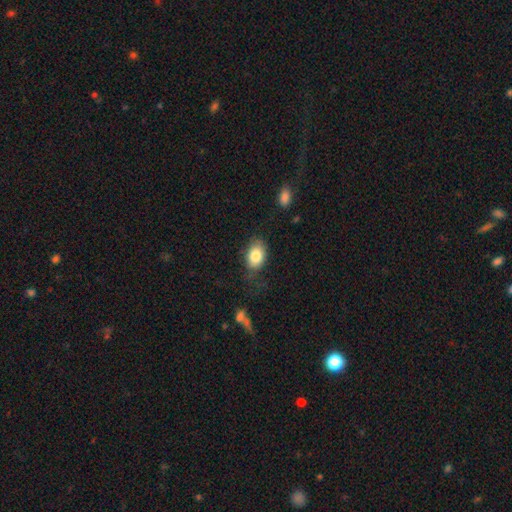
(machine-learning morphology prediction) Smooth or featured?
  - smooth: 83% *
  - featured or disk: 10%
  - star or artifact: 8%
How rounded?
  - in between: 82% *
  - round: 17%
  - cigar-shaped: 1%
Merging?
  - none: 71% *
  - minor disturbance: 20%
  - major disturbance: 7%
  - merger: 2%